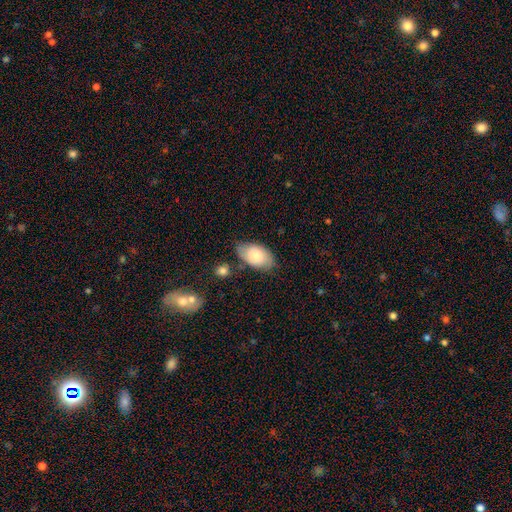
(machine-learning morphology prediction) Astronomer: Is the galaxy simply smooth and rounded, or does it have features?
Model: smooth — 72%.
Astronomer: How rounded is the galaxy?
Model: in between — 94%.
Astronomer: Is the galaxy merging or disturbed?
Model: none — 68%.